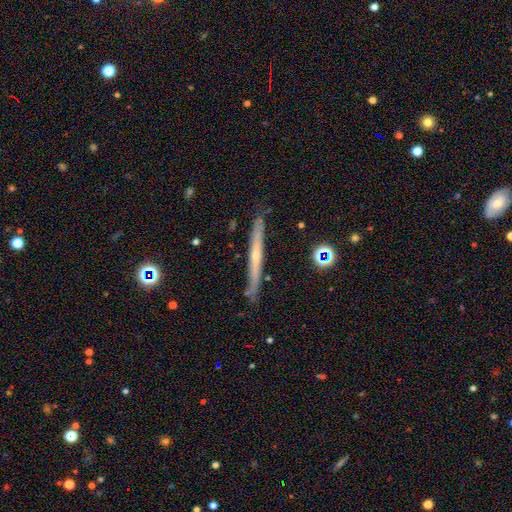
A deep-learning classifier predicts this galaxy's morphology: Smooth or featured? Predicted: featured or disk (p=0.66). Edge-on disk? Predicted: yes (p=0.95). Edge-on bulge? Predicted: rounded (p=0.53). Merging? Predicted: none (p=0.83).